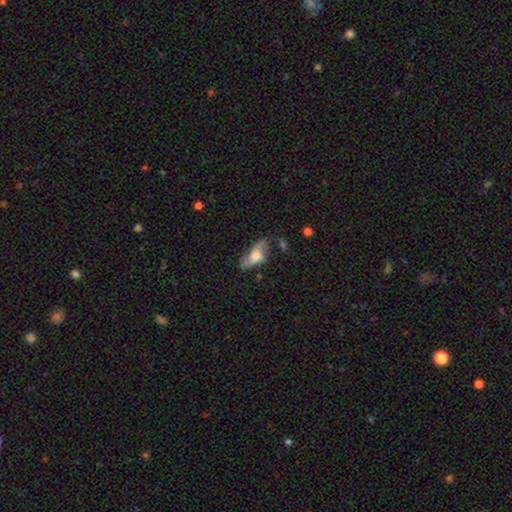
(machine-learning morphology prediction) A featured or disk galaxy (48%). Merging: none (53%).